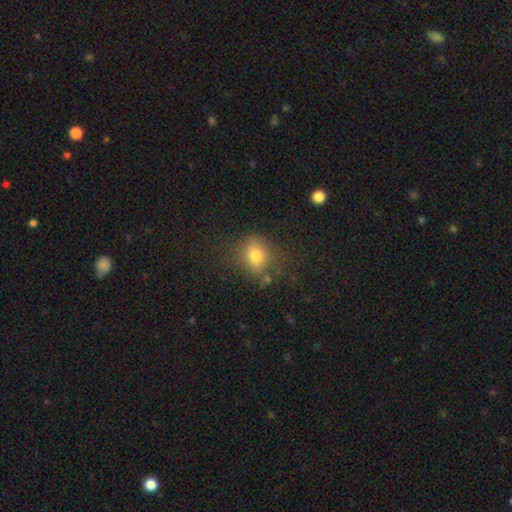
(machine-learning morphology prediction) type=smooth (76%); roundness=round (64%); merging=none (73%).